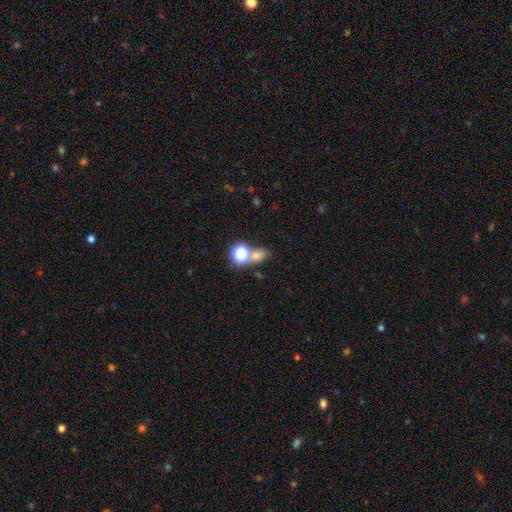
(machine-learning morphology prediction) smooth 65%, star or artifact 27%, featured or disk 8%. Down the decision tree: how rounded — round (49%, tied with in between); merging — none (56%).